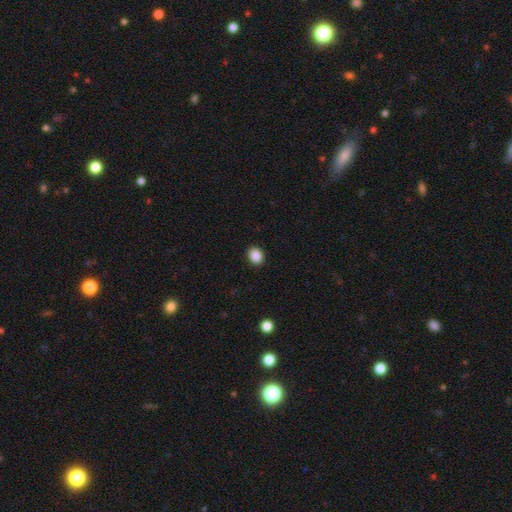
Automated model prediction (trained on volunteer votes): This is clearly a smooth galaxy (89%). How rounded: possibly round (52%). Merging: clearly none (91%).